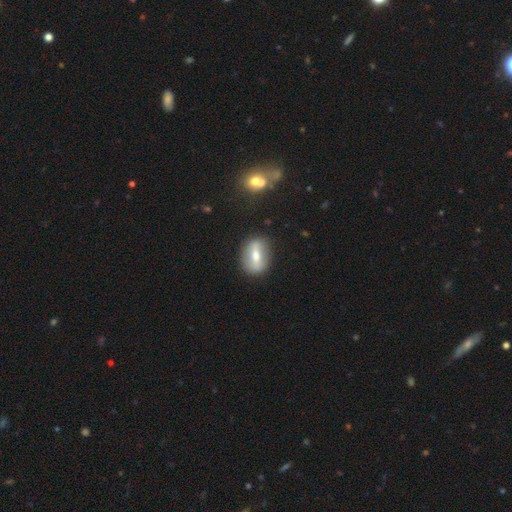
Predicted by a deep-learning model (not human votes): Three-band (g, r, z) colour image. It shows a featured or disk galaxy (47%). Merging: none (82%).